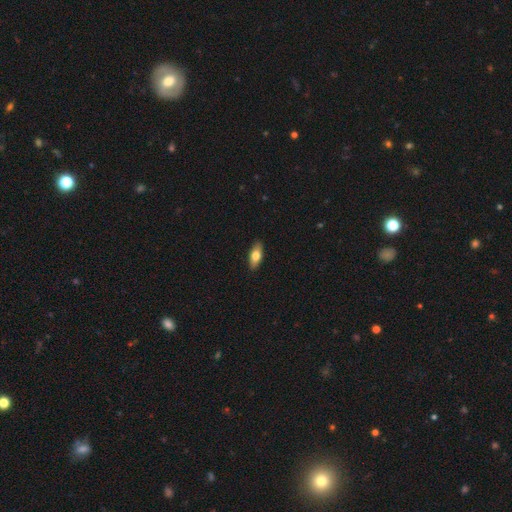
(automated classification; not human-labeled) Smooth or featured? smooth (74%)
How rounded? in between (81%)
Merging? none (89%)